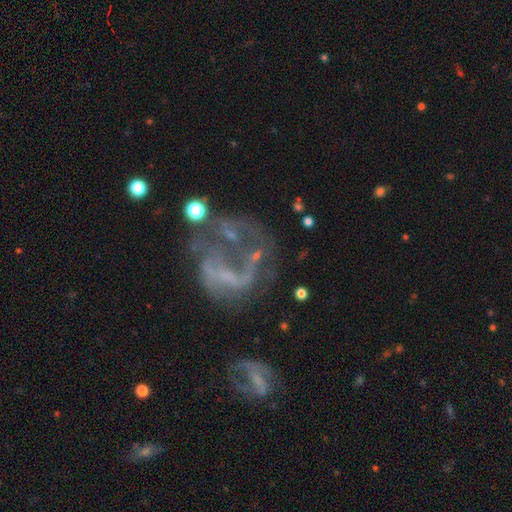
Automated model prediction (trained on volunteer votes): Q: Smooth or featured?
A: featured or disk (64%); runner-up: star or artifact (20%)
Q: Edge-on disk?
A: no (97%); runner-up: yes (3%)
Q: Bar?
A: no (63%); runner-up: weak (24%)
Q: Spiral arms?
A: no (58%); runner-up: yes (42%)
Q: Bulge size?
A: none (67%); runner-up: small (21%)
Q: Merging?
A: major disturbance (44%); runner-up: none (28%)